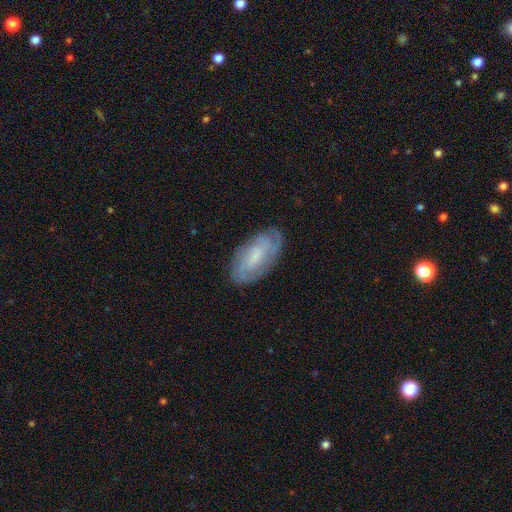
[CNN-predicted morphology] Smooth or featured: featured or disk — 57% (smooth — 35%)
Edge-on disk: no — 91% (yes — 9%)
Bar: no — 44% (weak — 43%)
Spiral arms: yes — 81% (no — 19%)
Bulge size: small — 46% (moderate — 29%)
Merging: none — 77% (minor disturbance — 17%)